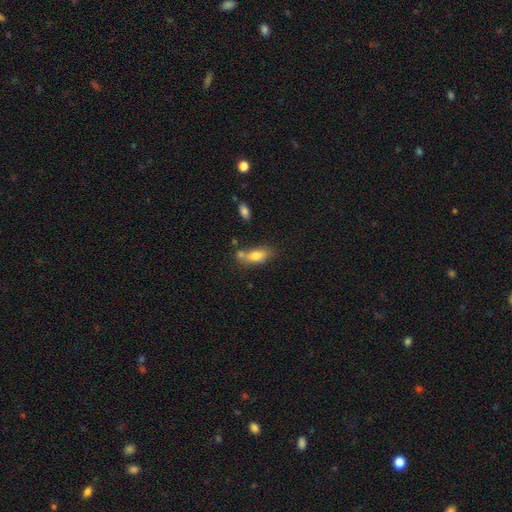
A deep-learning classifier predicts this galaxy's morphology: This appears to be a smooth galaxy with no disk features (76%) that is in between round and cigar-shaped (78%). Merging: none (50%).